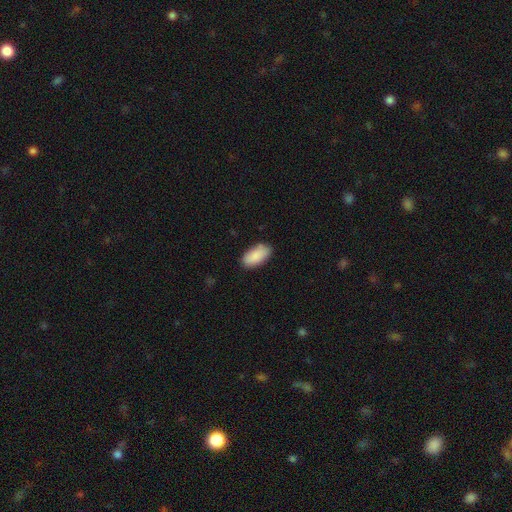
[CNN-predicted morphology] Smooth or featured?
  - smooth: 89% *
  - star or artifact: 6%
  - featured or disk: 5%
How rounded?
  - in between: 94% *
  - cigar-shaped: 4%
  - round: 2%
Merging?
  - none: 83% *
  - minor disturbance: 13%
  - major disturbance: 2%
  - merger: 1%